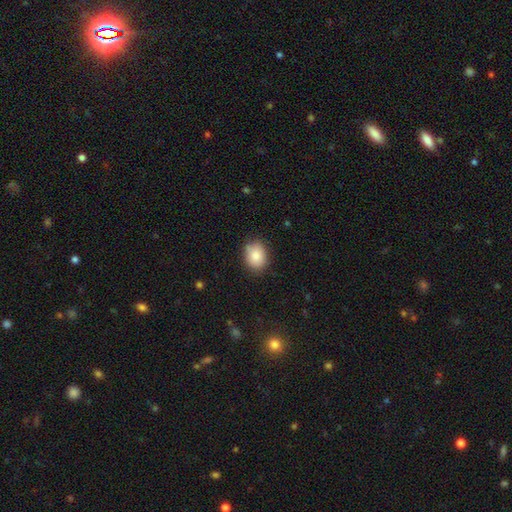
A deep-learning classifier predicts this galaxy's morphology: Smooth or featured? smooth (86%)
How rounded? in between (61%)
Merging? none (79%)